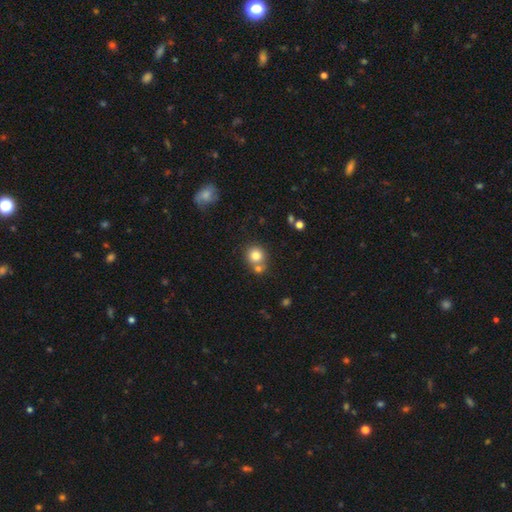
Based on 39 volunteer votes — Smooth or featured? smooth (87%)
How rounded? round (91%)
Merging? none (46%)